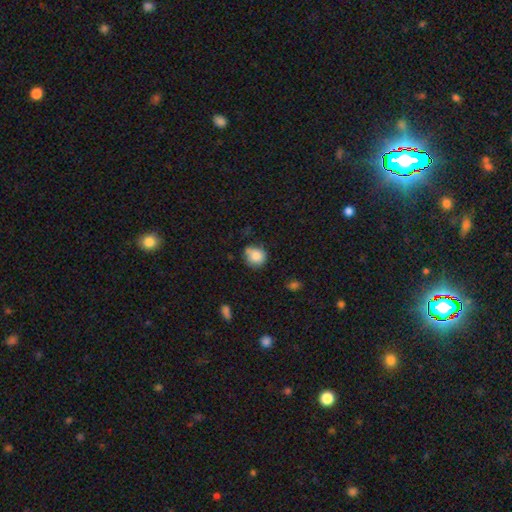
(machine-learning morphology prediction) Smooth or featured?
  - smooth: 83% *
  - star or artifact: 9%
  - featured or disk: 8%
How rounded?
  - round: 82% *
  - in between: 17%
  - cigar-shaped: 1%
Merging?
  - none: 62% *
  - minor disturbance: 28%
  - major disturbance: 6%
  - merger: 5%